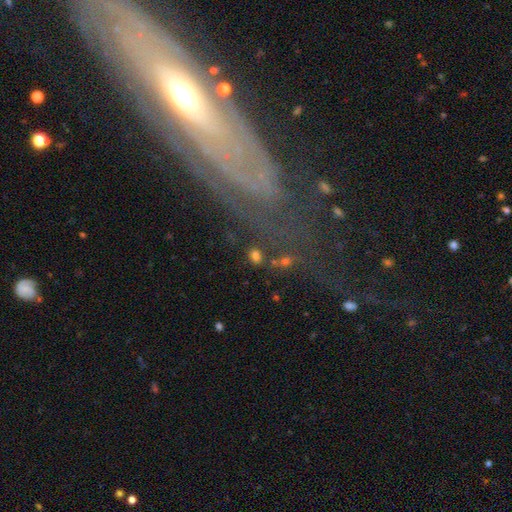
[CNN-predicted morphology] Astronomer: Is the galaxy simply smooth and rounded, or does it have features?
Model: smooth — 75%.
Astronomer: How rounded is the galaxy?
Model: in between — 58% (runner-up: round, 39%).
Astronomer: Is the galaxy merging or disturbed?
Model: none — 73%.